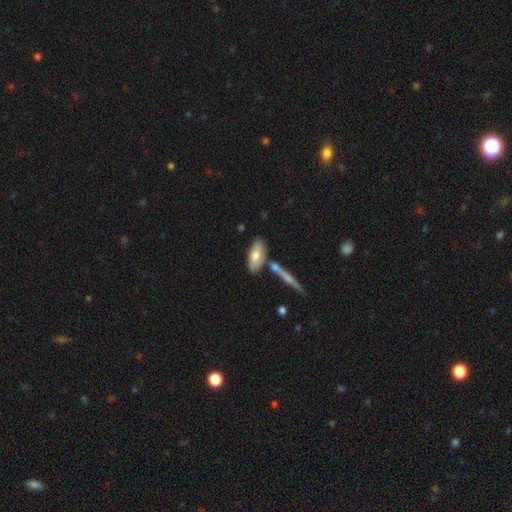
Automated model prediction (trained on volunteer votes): This is likely a smooth galaxy (68%). How rounded: clearly in between (81%). Merging: likely none (61%).